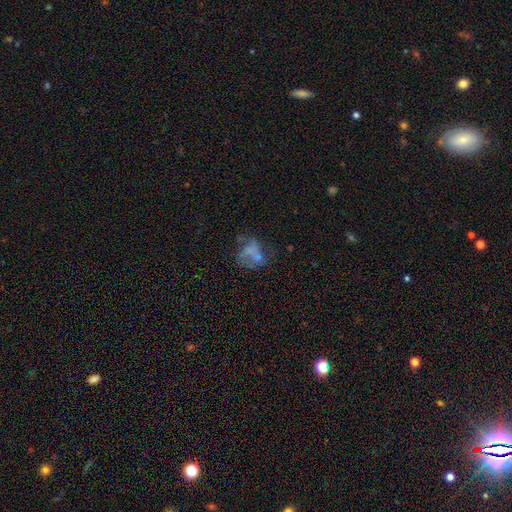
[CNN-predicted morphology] Smooth or featured? Predicted: featured or disk (p=0.42). Merging? Predicted: none (p=0.35).